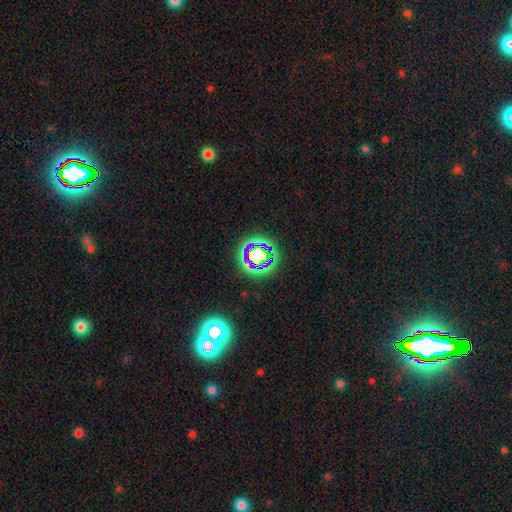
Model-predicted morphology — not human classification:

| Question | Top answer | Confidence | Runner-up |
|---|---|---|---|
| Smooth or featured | star or artifact | 51% | smooth (31%) |